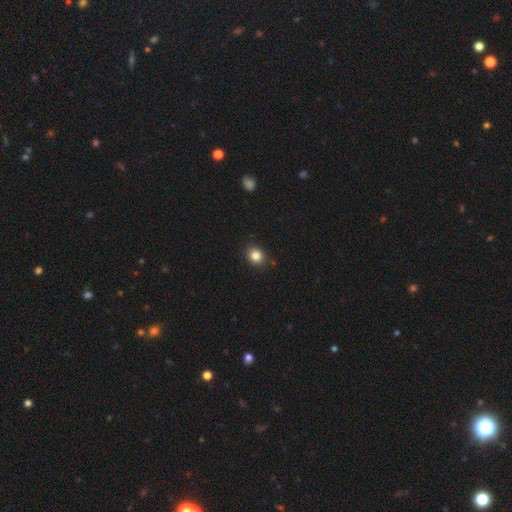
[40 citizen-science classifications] Q: Smooth or featured?
A: smooth (88%); runner-up: star or artifact (10%)
Q: How rounded?
A: round (83%); runner-up: in between (17%)
Q: Merging?
A: none (94%); runner-up: minor disturbance (3%)